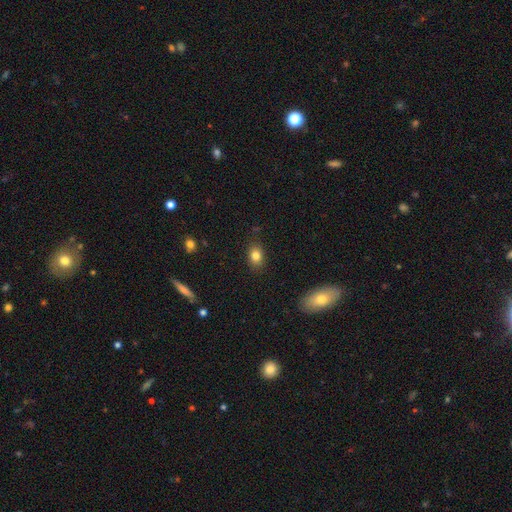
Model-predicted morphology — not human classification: type=smooth (83%); roundness=in between (68%); merging=none (85%).